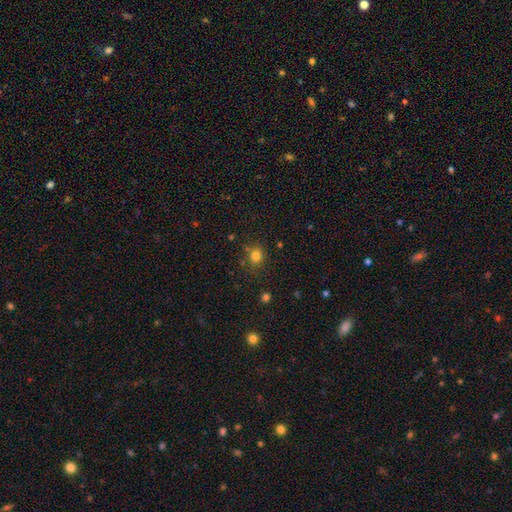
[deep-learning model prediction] smooth_or_featured: smooth (p=0.78) [alt: star or artifact p=0.16]
how_rounded: round (p=0.83) [alt: in between p=0.16]
merging: none (p=0.79) [alt: minor disturbance p=0.13]